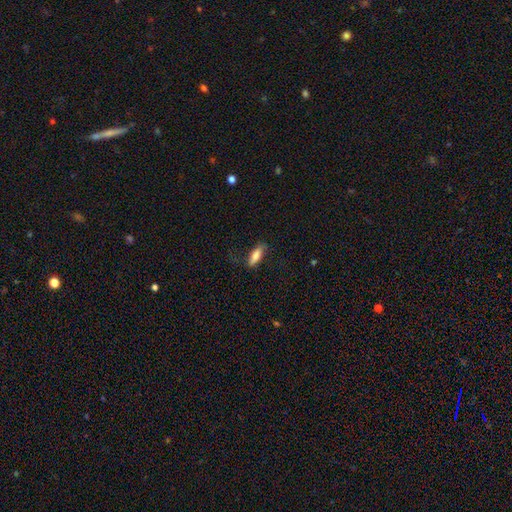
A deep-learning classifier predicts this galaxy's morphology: type=smooth (77%); roundness=cigar-shaped (52%); merging=none (73%).